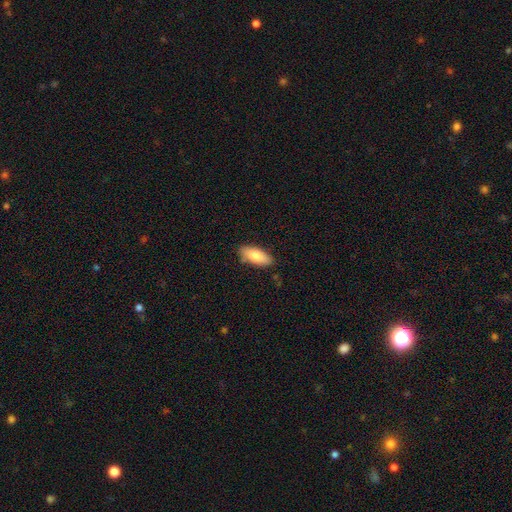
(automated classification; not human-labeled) Smooth or featured? Predicted: smooth (p=0.79). How rounded? Predicted: in between (p=0.84). Merging? Predicted: none (p=0.83).